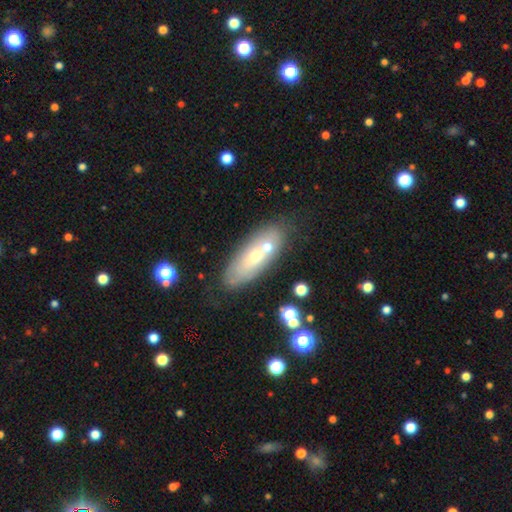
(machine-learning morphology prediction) Smooth or featured? smooth (51%)
How rounded? in between (67%)
Merging? none (59%)